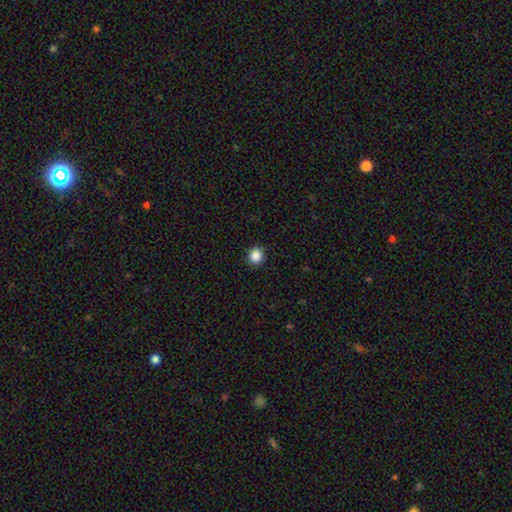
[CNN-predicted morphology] Overall: smooth (87%). How rounded: round (85%). Merging: none (91%).